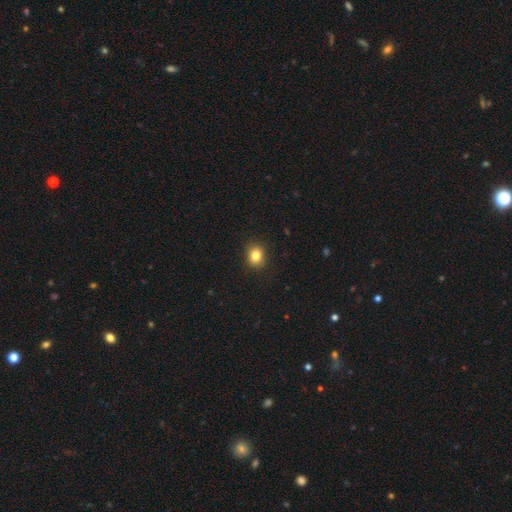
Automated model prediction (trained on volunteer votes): smooth 83%, star or artifact 11%, featured or disk 6%. Down the decision tree: how rounded — round (69%); merging — none (89%).